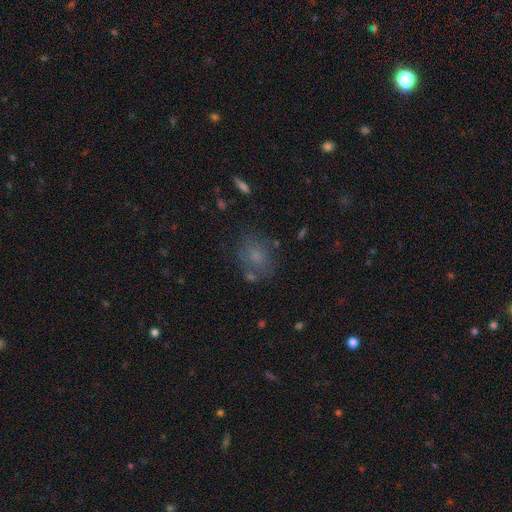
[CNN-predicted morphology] Smooth or featured? smooth (61%)
How rounded? round (55%)
Merging? none (68%)